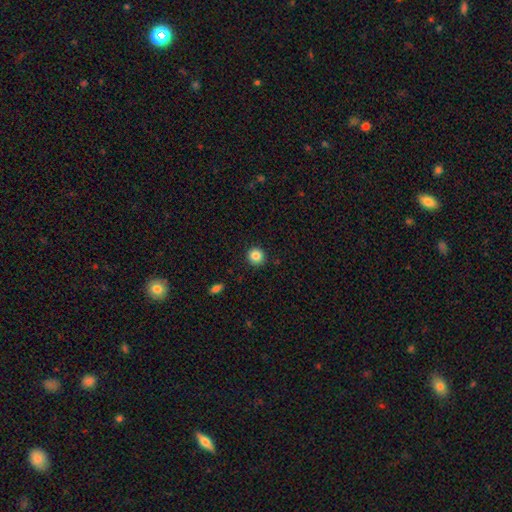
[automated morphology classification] Smooth or featured: smooth — 85% (star or artifact — 10%)
How rounded: round — 94% (in between — 5%)
Merging: none — 92% (minor disturbance — 5%)